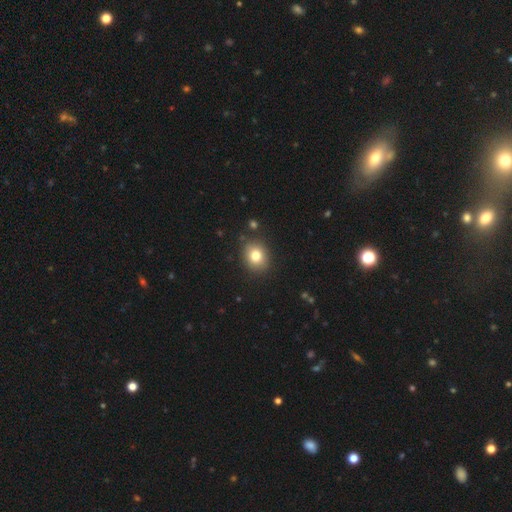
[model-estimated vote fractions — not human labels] smooth-or-featured: smooth: 80% | star or artifact: 11% | featured or disk: 9%
  how-rounded: round: 63% | in between: 36% | cigar-shaped: 1%
  merging: none: 87% | minor disturbance: 8% | major disturbance: 2% | merger: 2%